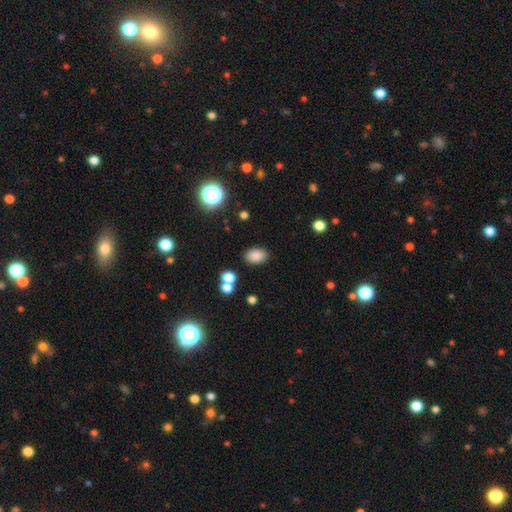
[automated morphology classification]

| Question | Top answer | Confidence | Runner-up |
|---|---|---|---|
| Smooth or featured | smooth | 83% | star or artifact (12%) |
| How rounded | in between | 83% | round (15%) |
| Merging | none | 84% | minor disturbance (10%) |